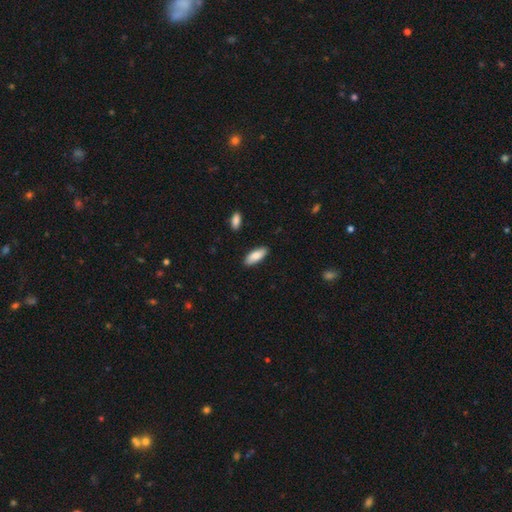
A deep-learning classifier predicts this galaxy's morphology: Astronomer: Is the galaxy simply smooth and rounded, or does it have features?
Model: smooth — 86%.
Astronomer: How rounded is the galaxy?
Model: in between — 76%.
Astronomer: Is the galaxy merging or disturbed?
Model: none — 87%.